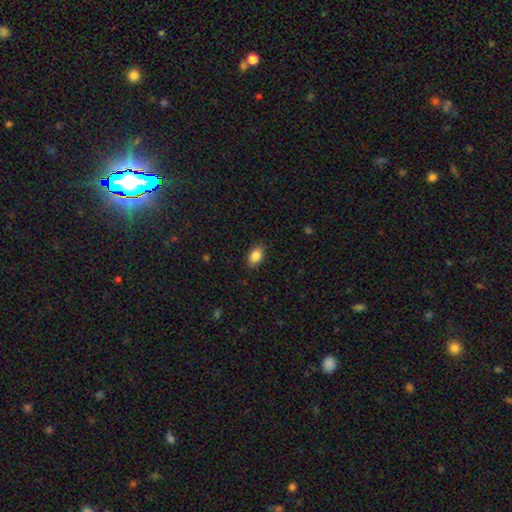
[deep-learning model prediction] A smooth galaxy with no disk features (86%) that is in between round and cigar-shaped (89%).

Vote fractions:
- Smooth or featured? smooth: 86% / star or artifact: 8% / featured or disk: 6%
- How rounded? in between: 89% / round: 9% / cigar-shaped: 2%
- Merging? none: 86% / minor disturbance: 10% / major disturbance: 2% / merger: 1%